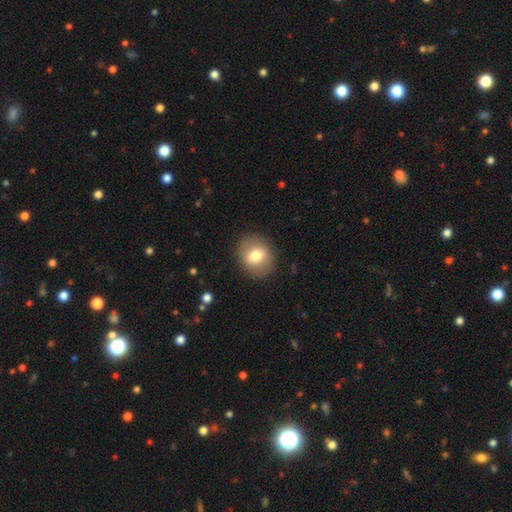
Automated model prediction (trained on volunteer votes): The model was most divided on "how rounded": round: 60%, in between: 39%, cigar-shaped: 1%. More confident: merging — none (88%); smooth or featured — smooth (72%).